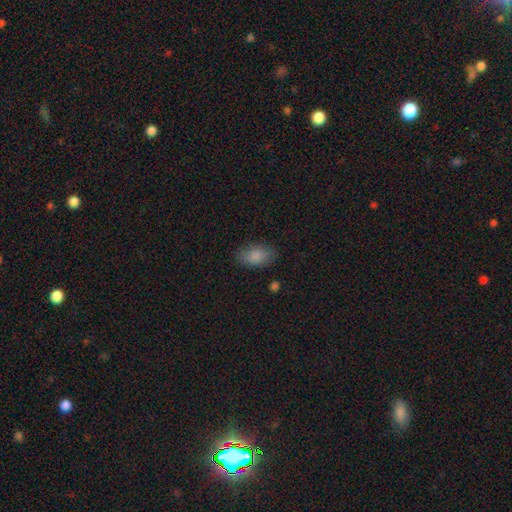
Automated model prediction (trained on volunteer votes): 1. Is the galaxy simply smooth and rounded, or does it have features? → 86% smooth, 8% star or artifact, 6% featured or disk.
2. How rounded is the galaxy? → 92% in between, 7% round, 2% cigar-shaped.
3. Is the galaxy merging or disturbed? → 80% none, 14% minor disturbance, 4% major disturbance, 1% merger.